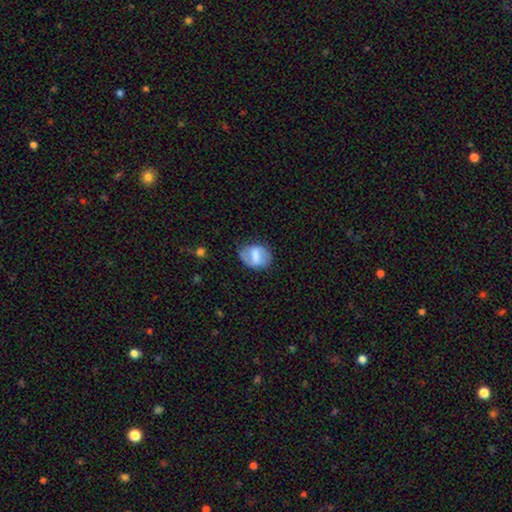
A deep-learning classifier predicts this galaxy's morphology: Overall: featured or disk (48%; smooth 44%). Merging: none (68%).